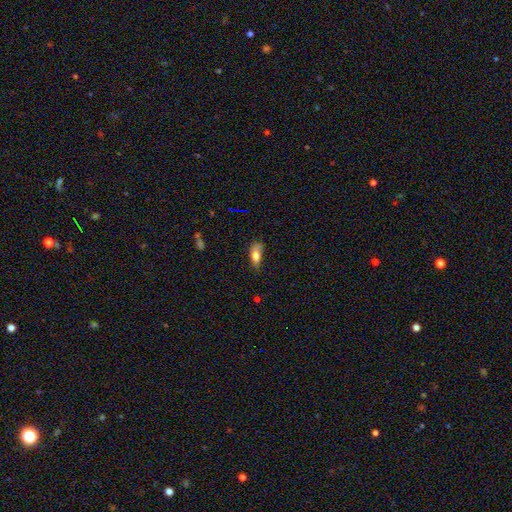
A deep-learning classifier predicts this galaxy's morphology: Overall: smooth (75%). How rounded: in between (79%). Merging: none (46%; minor disturbance 38%).